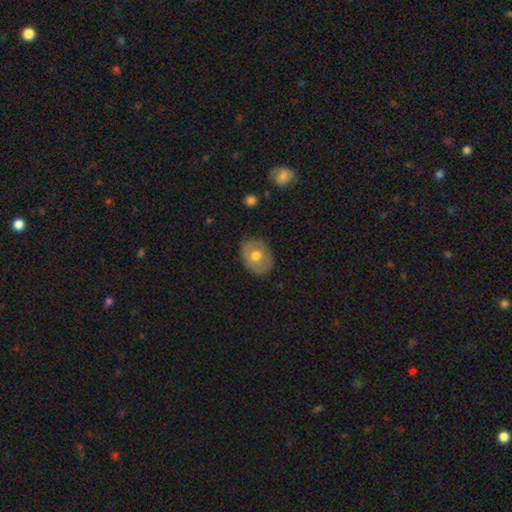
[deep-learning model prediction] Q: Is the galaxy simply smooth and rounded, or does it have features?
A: smooth — 61%.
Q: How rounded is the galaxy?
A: in between — 54%.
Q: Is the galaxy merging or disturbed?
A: none — 84%.